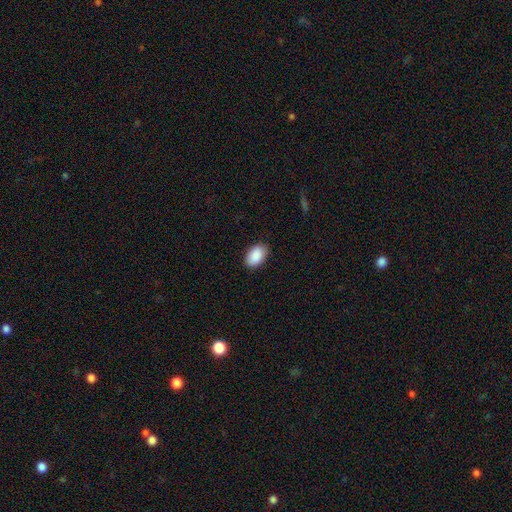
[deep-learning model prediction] smooth 91%, star or artifact 6%, featured or disk 3%. Down the decision tree: how rounded — in between (93%); merging — none (88%).